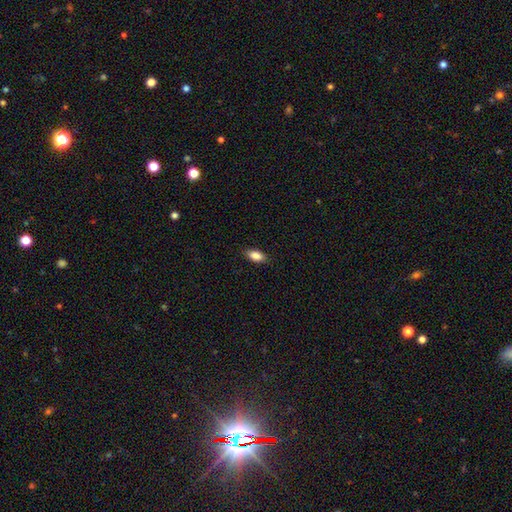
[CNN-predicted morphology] Smooth or featured?
  - smooth: 86% *
  - star or artifact: 8%
  - featured or disk: 6%
How rounded?
  - in between: 88% *
  - cigar-shaped: 8%
  - round: 4%
Merging?
  - none: 86% *
  - minor disturbance: 11%
  - major disturbance: 2%
  - merger: 1%